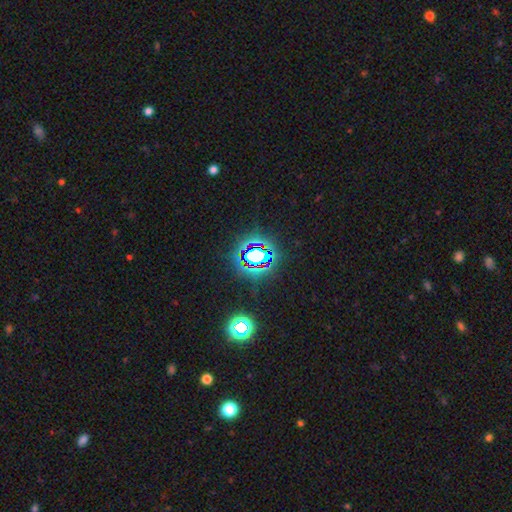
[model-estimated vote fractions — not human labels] A star or artifact, not a galaxy (72%).